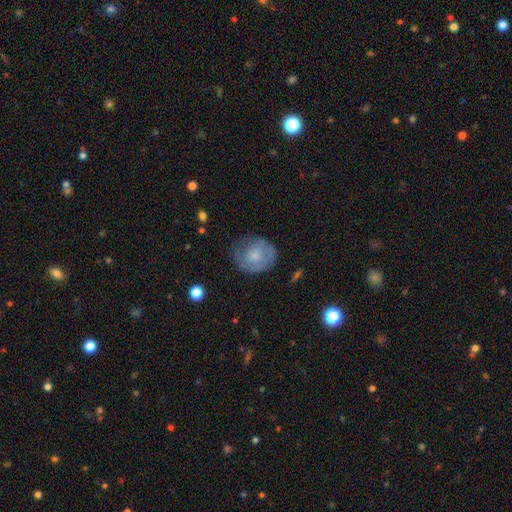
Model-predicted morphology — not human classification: Overall: smooth (49%; featured or disk 43%). Merging: none (66%).